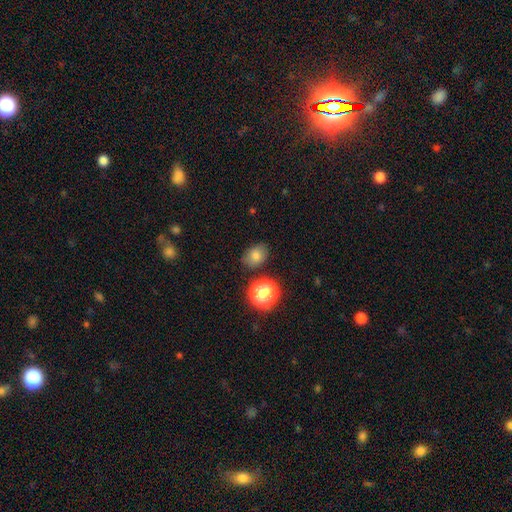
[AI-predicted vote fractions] smooth-or-featured: smooth: 77% | star or artifact: 13% | featured or disk: 9%
  how-rounded: in between: 65% | round: 34% | cigar-shaped: 1%
  merging: none: 78% | minor disturbance: 15% | major disturbance: 4% | merger: 3%